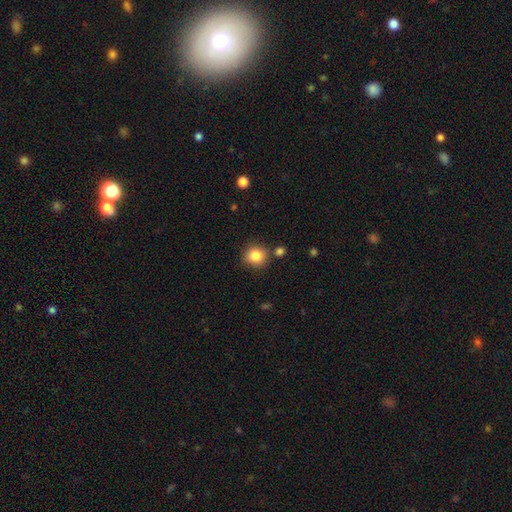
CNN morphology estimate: The model was most divided on "merging": none: 82%, minor disturbance: 9%, merger: 6%, major disturbance: 3%. More confident: how rounded — round (88%); smooth or featured — smooth (84%).